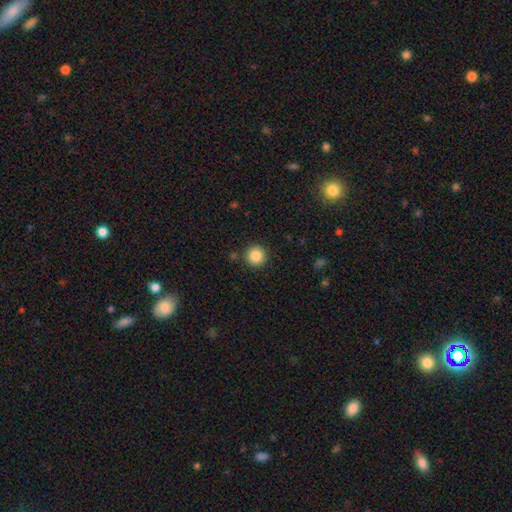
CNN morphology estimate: Smooth or featured? Predicted: smooth (p=0.86). How rounded? Predicted: round (p=0.95). Merging? Predicted: none (p=0.90).